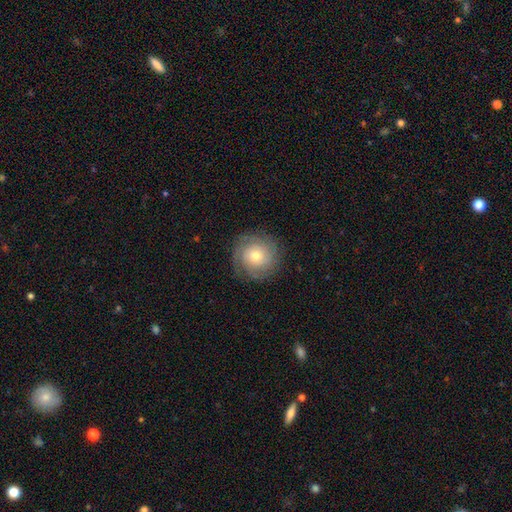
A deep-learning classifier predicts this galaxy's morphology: This is likely a featured or disk galaxy (68%). It is clearly not viewed edge-on (97%). Bar: clearly no (82%). Spiral arm pattern: clearly yes (91%). Spiral arm count: marginally can't tell (36%). Spiral winding: likely tight (76%). Central bulge: likely moderate (61%). Merging: clearly none (85%).